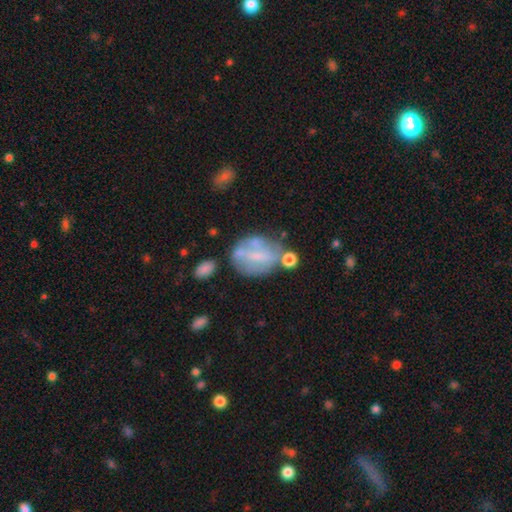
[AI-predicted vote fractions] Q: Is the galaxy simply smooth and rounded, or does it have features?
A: featured or disk — 52%.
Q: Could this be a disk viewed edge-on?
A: no — 94%.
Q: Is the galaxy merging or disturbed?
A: none — 42%.